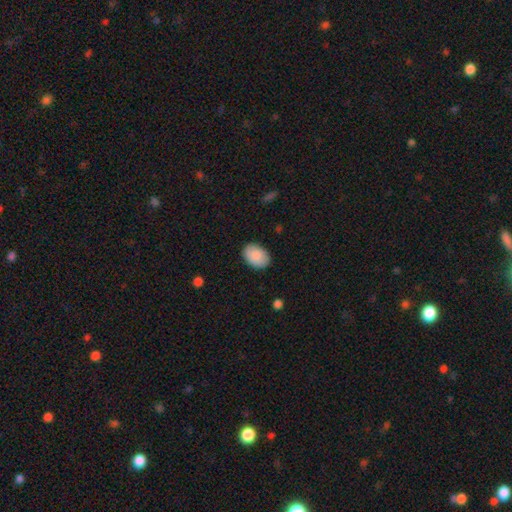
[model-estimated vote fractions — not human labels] Smooth or featured: smooth — 87% (featured or disk — 6%)
How rounded: in between — 83% (round — 16%)
Merging: none — 85% (minor disturbance — 11%)